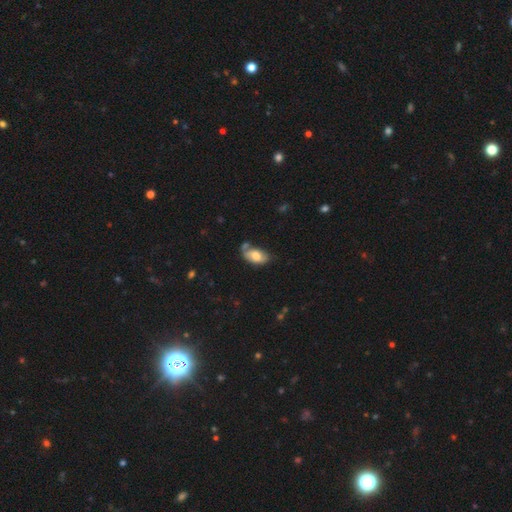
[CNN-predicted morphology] Smooth or featured: smooth — 65% (featured or disk — 29%)
How rounded: in between — 93% (round — 4%)
Merging: none — 43% (minor disturbance — 31%)